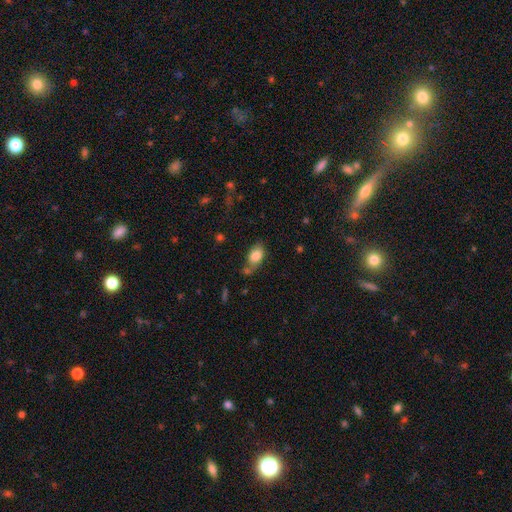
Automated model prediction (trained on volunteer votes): Smooth or featured? Predicted: smooth (p=0.83). How rounded? Predicted: in between (p=0.87). Merging? Predicted: none (p=0.56).